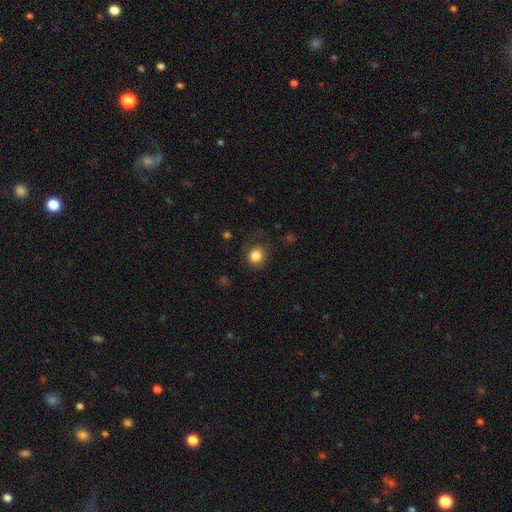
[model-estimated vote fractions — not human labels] Smooth or featured? smooth (84%)
How rounded? round (83%)
Merging? none (77%)